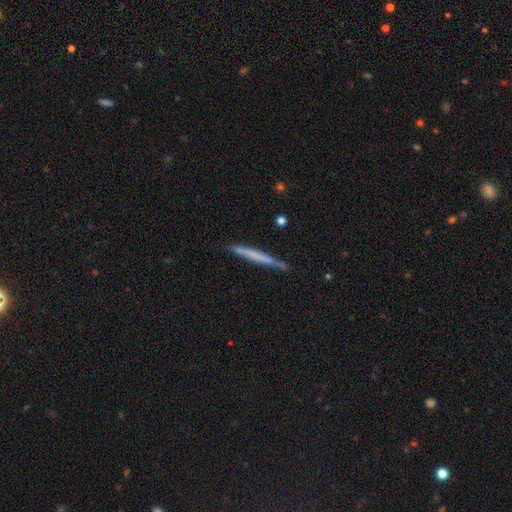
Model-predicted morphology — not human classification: smooth-or-featured: smooth: 51% | featured or disk: 44% | star or artifact: 6%
  how-rounded: cigar-shaped: 97% | in between: 2% | round: 1%
  merging: none: 85% | minor disturbance: 12% | major disturbance: 2% | merger: 2%